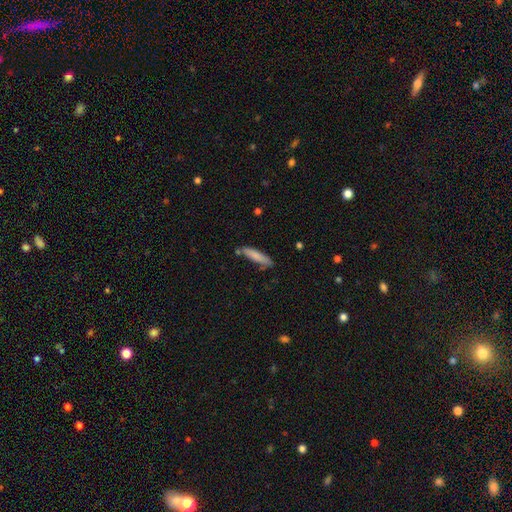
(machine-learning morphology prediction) Q: Smooth or featured?
A: smooth (80%); runner-up: featured or disk (14%)
Q: How rounded?
A: cigar-shaped (79%); runner-up: in between (19%)
Q: Merging?
A: none (72%); runner-up: minor disturbance (19%)